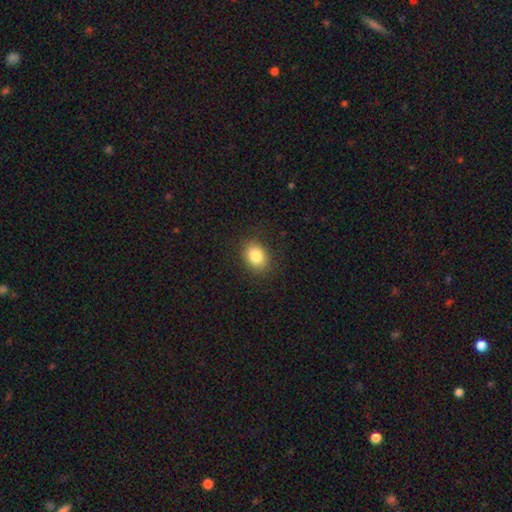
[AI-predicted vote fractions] smooth_or_featured: smooth (p=0.84) [alt: star or artifact p=0.09]
how_rounded: in between (p=0.58) [alt: round p=0.41]
merging: none (p=0.87) [alt: minor disturbance p=0.10]